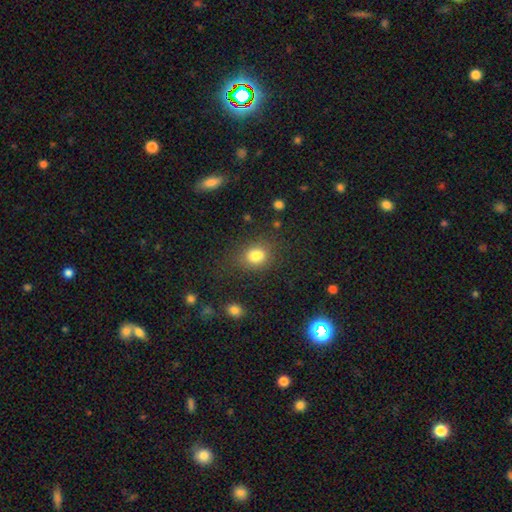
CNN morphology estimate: A smooth galaxy with no disk features (79%) that is in between round and cigar-shaped (54%).

Vote fractions:
- Smooth or featured? smooth: 79% / star or artifact: 12% / featured or disk: 9%
- How rounded? in between: 54% / round: 44% / cigar-shaped: 1%
- Merging? none: 63% / minor disturbance: 18% / merger: 11% / major disturbance: 8%